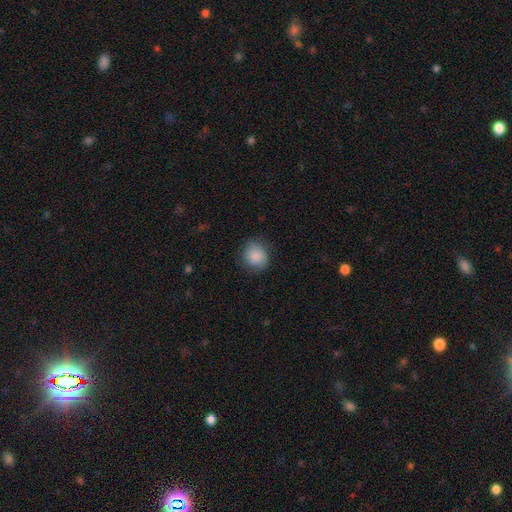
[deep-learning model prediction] A smooth galaxy with no disk features (86%) that is round (78%).

Vote fractions:
- Smooth or featured? smooth: 86% / star or artifact: 7% / featured or disk: 7%
- How rounded? round: 78% / in between: 21% / cigar-shaped: 1%
- Merging? none: 79% / minor disturbance: 15% / major disturbance: 5% / merger: 1%